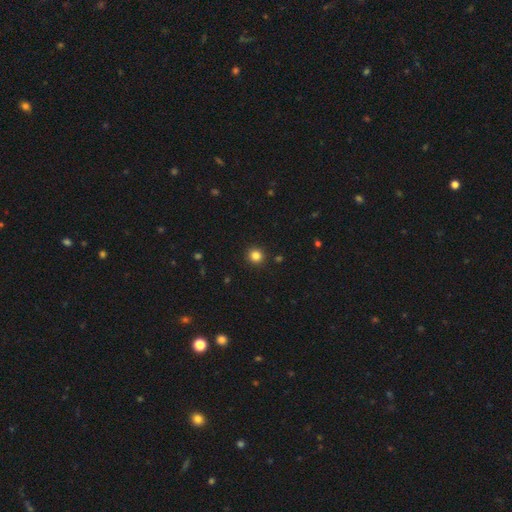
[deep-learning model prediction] Morphology: type=smooth (84%); roundness=round (93%); merging=none (92%).